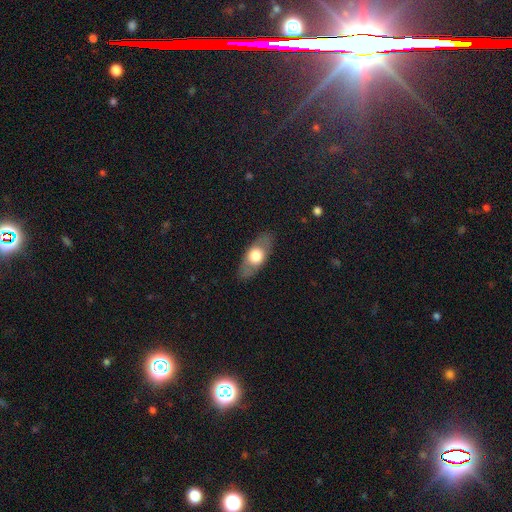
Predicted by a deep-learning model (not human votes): Smooth or featured: smooth — 56% (featured or disk — 38%)
How rounded: in between — 79% (cigar-shaped — 14%)
Merging: none — 85% (minor disturbance — 11%)